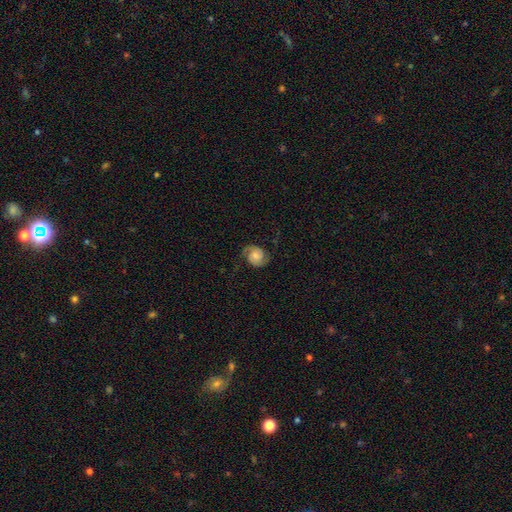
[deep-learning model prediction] The model was most divided on "bulge size": moderate: 44%, small: 39%, large: 7%, none: 7%, dominant: 2%. Remaining: edge-on disk — no (98%); spiral arms — yes (97%); spiral arm count — 2 (93%); smooth or featured — featured or disk (78%); merging — none (78%); bar — no (72%); spiral winding — medium (46%).